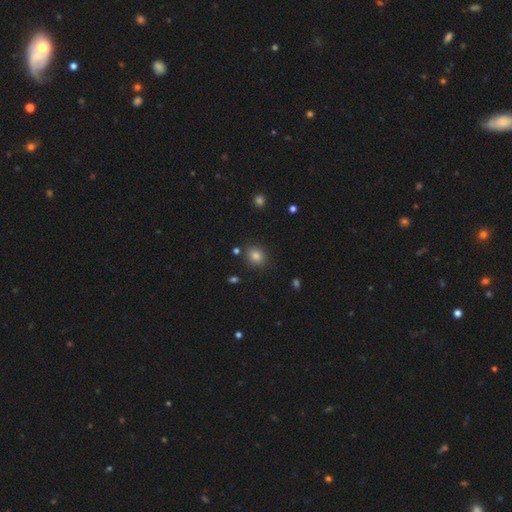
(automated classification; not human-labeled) Smooth or featured?
  - smooth: 82% *
  - star or artifact: 12%
  - featured or disk: 6%
How rounded?
  - round: 68% *
  - in between: 31%
  - cigar-shaped: 1%
Merging?
  - none: 85% *
  - minor disturbance: 9%
  - merger: 3%
  - major disturbance: 3%